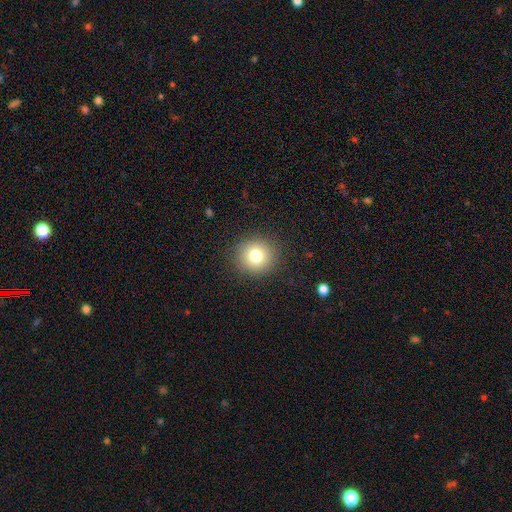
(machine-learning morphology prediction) Overall: smooth (79%). How rounded: round (92%). Merging: none (90%).